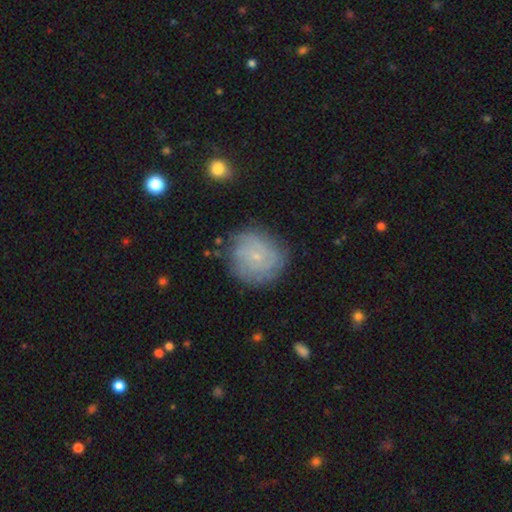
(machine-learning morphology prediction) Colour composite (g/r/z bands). It shows a featured or disk galaxy (63%) with no bar (75%), tight (70%) spiral arms (88%) and a small central bulge (83%). Merging: none (77%).